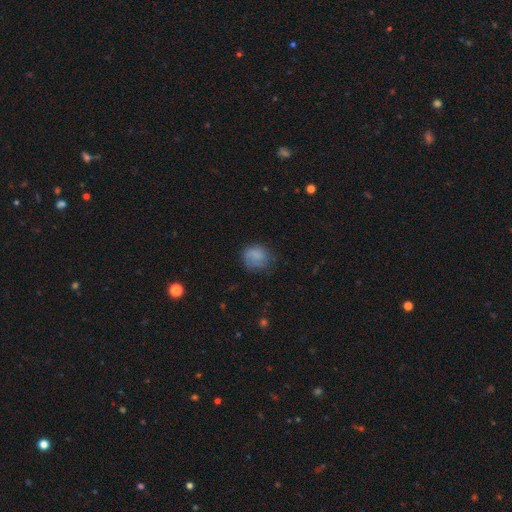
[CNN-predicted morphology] This is likely a smooth galaxy (68%). How rounded: likely round (73%). Merging: likely none (63%).